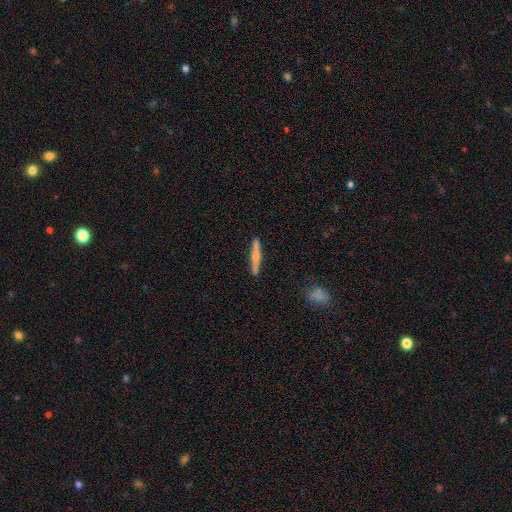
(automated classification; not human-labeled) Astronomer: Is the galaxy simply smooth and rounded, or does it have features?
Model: smooth — 52% (runner-up: featured or disk, 42%).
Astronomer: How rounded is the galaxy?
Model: cigar-shaped — 92%.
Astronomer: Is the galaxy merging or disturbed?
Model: none — 89%.